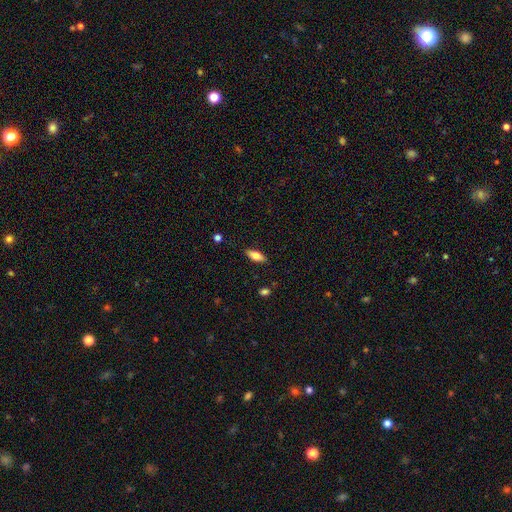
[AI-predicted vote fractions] Smooth or featured: smooth — 70% (featured or disk — 24%)
How rounded: in between — 76% (cigar-shaped — 22%)
Merging: none — 87% (minor disturbance — 10%)